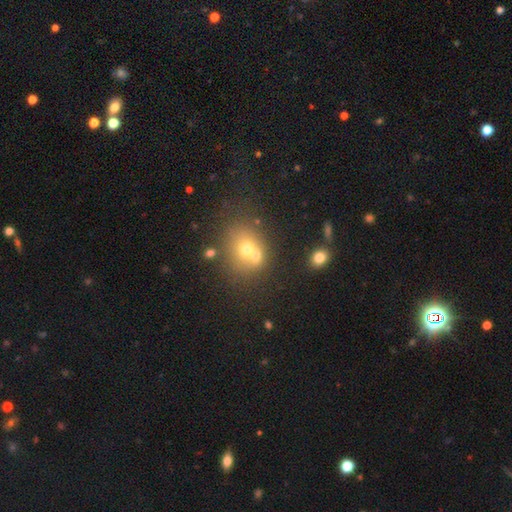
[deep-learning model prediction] Smooth or featured: smooth — 65% (featured or disk — 20%)
How rounded: round — 67% (in between — 32%)
Merging: merger — 45% (none — 41%)